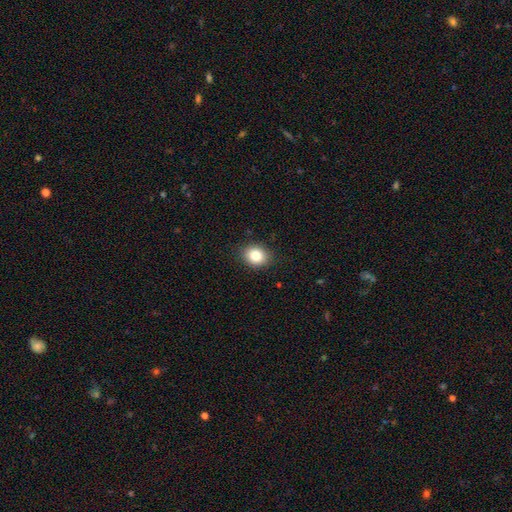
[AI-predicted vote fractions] This is clearly a smooth galaxy (84%). How rounded: possibly round (56%). Merging: clearly none (88%).